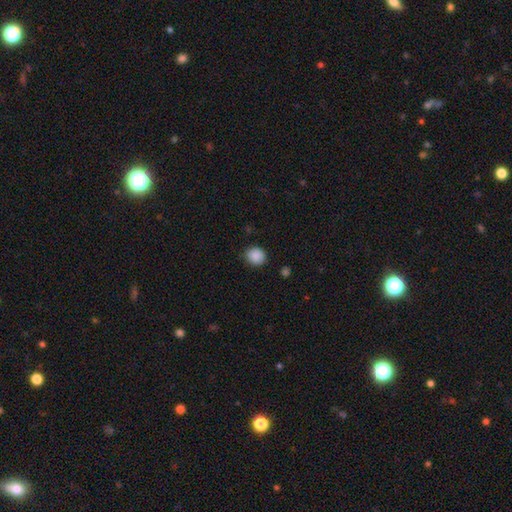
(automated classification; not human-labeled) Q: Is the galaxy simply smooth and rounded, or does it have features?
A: smooth — 88%.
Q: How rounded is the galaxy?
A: round — 80%.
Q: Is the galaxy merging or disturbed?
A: none — 84%.